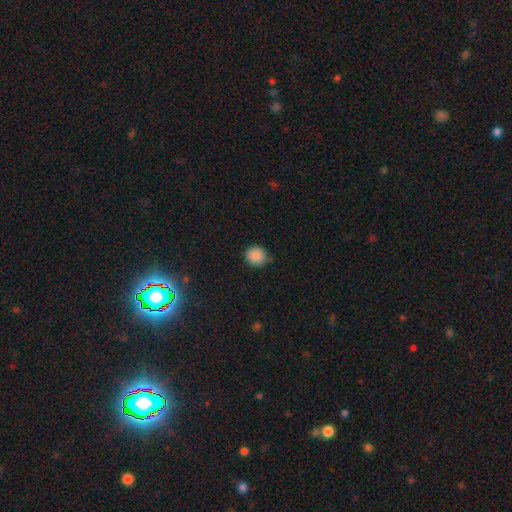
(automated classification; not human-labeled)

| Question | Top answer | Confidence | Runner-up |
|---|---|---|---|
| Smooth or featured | smooth | 88% | star or artifact (9%) |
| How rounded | round | 84% | in between (15%) |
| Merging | none | 84% | minor disturbance (13%) |